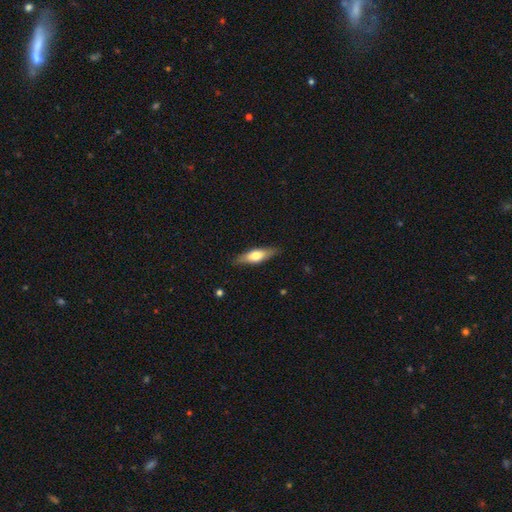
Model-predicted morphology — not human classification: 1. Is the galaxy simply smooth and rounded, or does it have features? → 60% smooth, 34% featured or disk, 6% star or artifact.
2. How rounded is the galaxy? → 50% in between, 47% cigar-shaped, 2% round.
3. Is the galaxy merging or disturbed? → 85% none, 12% minor disturbance, 2% major disturbance, 1% merger.